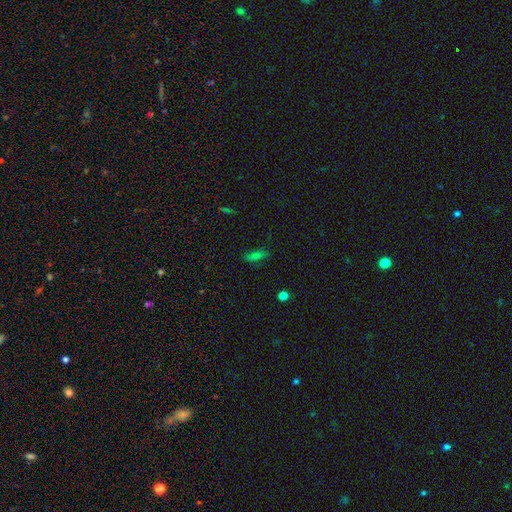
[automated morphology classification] smooth-or-featured: smooth: 61% | star or artifact: 20% | featured or disk: 19%
  how-rounded: in between: 61% | cigar-shaped: 34% | round: 5%
  merging: none: 80% | minor disturbance: 14% | major disturbance: 4% | merger: 2%